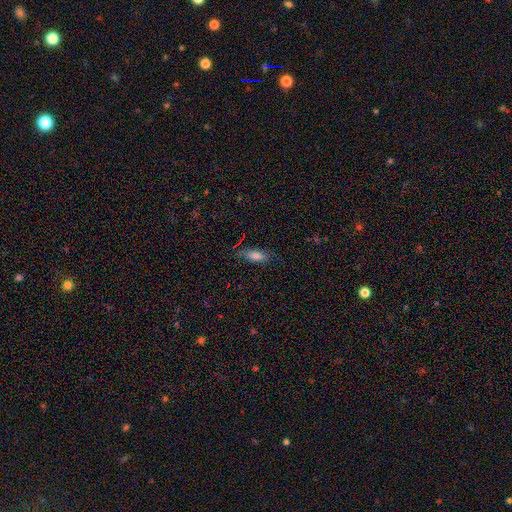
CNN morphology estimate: smooth 70%, featured or disk 19%, star or artifact 12%. Down the decision tree: how rounded — in between (60%); merging — none (77%).